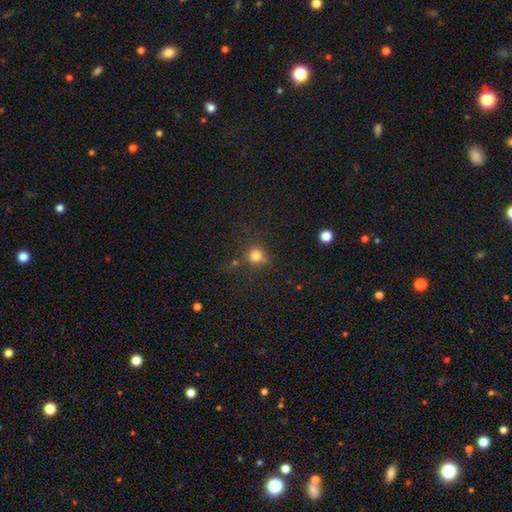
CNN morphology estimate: Smooth or featured: smooth — 79% (star or artifact — 15%)
How rounded: round — 89% (in between — 10%)
Merging: none — 72% (minor disturbance — 15%)